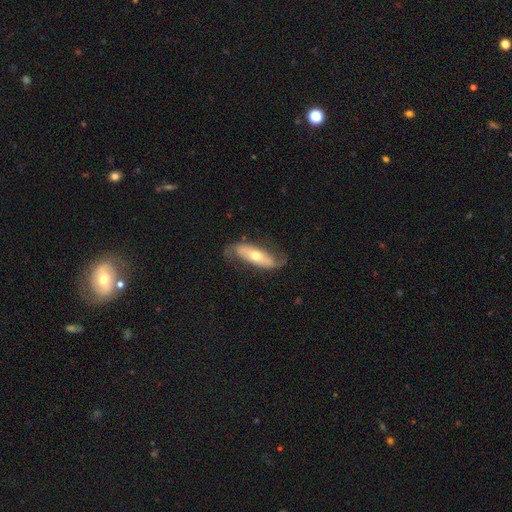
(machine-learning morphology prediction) Smooth or featured? Predicted: featured or disk (p=0.62). Edge-on disk? Predicted: no (p=0.75). Merging? Predicted: none (p=0.69).